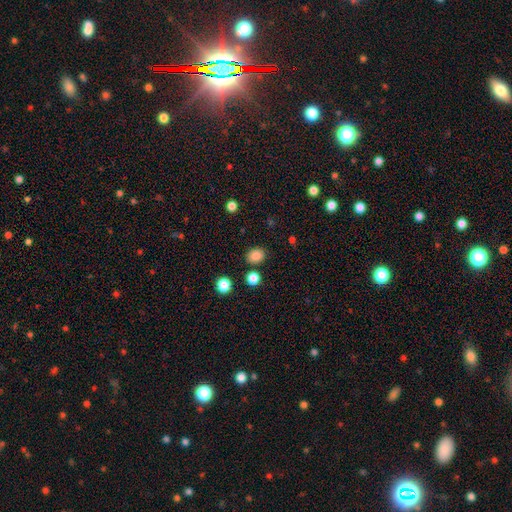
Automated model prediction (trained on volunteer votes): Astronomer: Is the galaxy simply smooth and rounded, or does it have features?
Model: smooth — 85%.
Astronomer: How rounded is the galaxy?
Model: in between — 51% (runner-up: round, 48%).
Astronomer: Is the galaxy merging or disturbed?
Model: none — 84%.